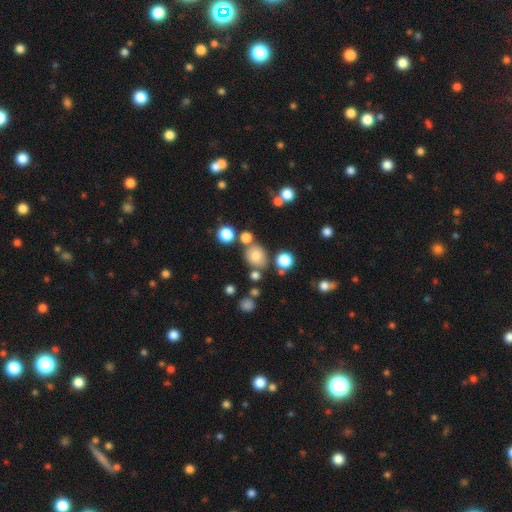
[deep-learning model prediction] Smooth or featured: smooth — 76% (star or artifact — 14%)
How rounded: round — 69% (in between — 30%)
Merging: none — 69% (merger — 15%)